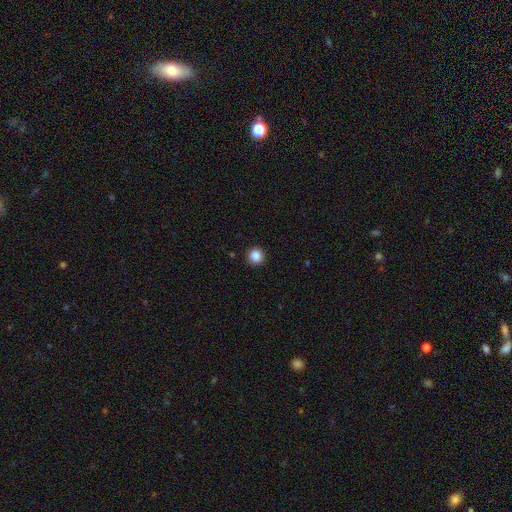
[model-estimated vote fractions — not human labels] smooth-or-featured: smooth: 87% | star or artifact: 10% | featured or disk: 3%
  how-rounded: round: 94% | in between: 5% | cigar-shaped: 1%
  merging: none: 92% | minor disturbance: 5% | major disturbance: 2% | merger: 1%